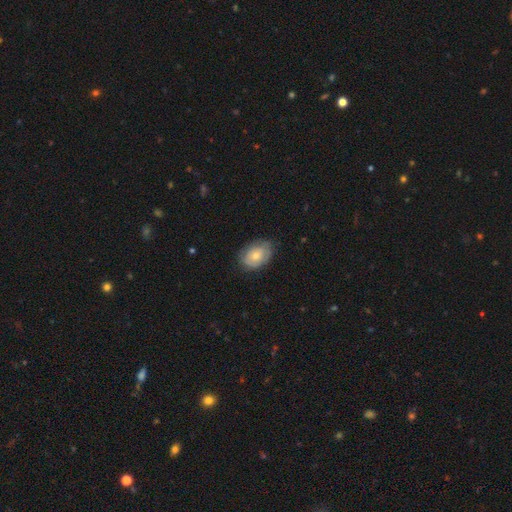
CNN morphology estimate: Smooth or featured: smooth — 54% (featured or disk — 40%)
How rounded: in between — 76% (round — 23%)
Merging: none — 71% (minor disturbance — 22%)